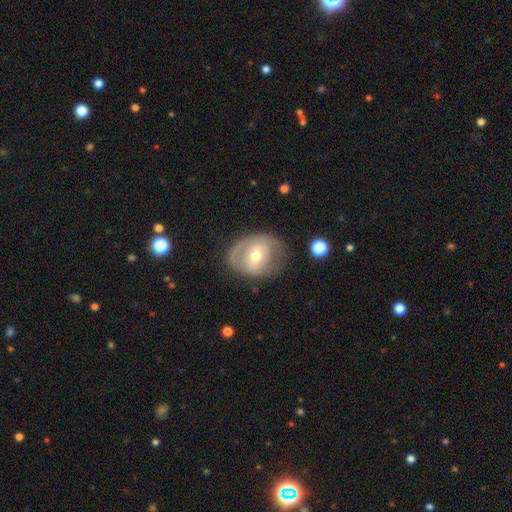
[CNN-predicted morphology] The model was most divided on "bar": weak: 41%, no: 40%, strong: 20%. More confident: edge-on disk — no (95%); bulge size — moderate (71%); smooth or featured — featured or disk (62%); merging — none (57%); spiral arms — yes (55%).